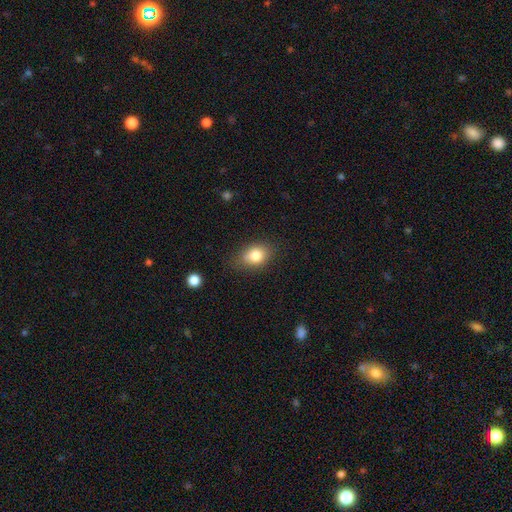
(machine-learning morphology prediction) A smooth galaxy with no disk features (80%) that is in between round and cigar-shaped (70%).

Vote fractions:
- Smooth or featured? smooth: 80% / featured or disk: 10% / star or artifact: 9%
- How rounded? in between: 70% / round: 29% / cigar-shaped: 2%
- Merging? none: 75% / minor disturbance: 19% / major disturbance: 4% / merger: 2%